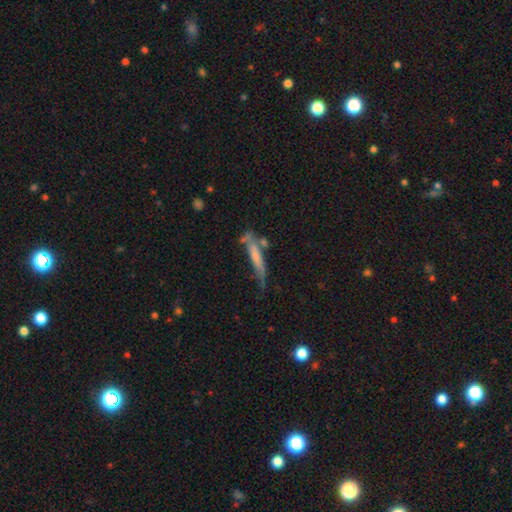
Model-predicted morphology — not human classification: Smooth or featured? smooth (52%)
How rounded? cigar-shaped (87%)
Merging? none (42%)